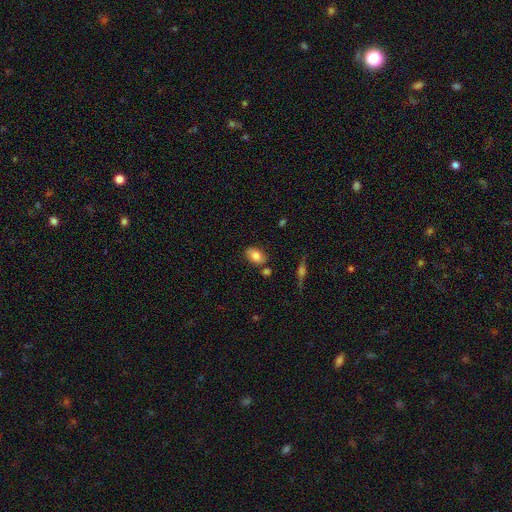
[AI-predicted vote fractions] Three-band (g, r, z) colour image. It shows a smooth galaxy with no disk features (82%) that is in between round and cigar-shaped (86%). Merging: none (77%).